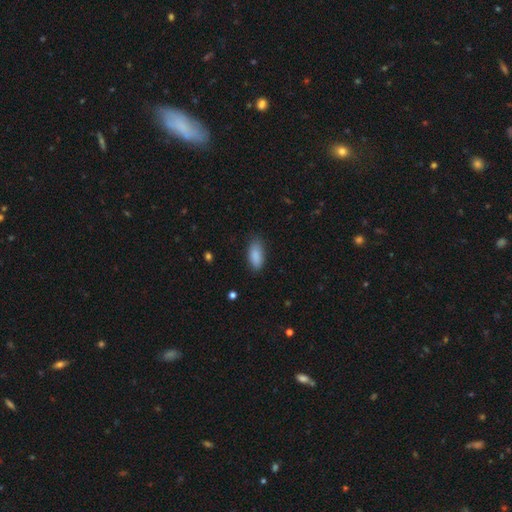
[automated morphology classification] A smooth galaxy with no disk features (88%) that is in between round and cigar-shaped (88%). Merging: none (78%).